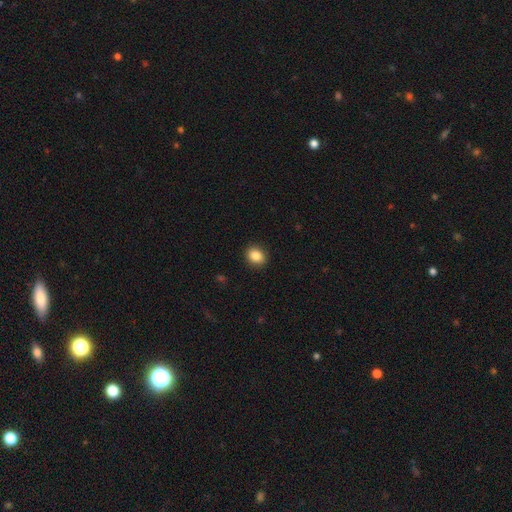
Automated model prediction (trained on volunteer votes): Overall: smooth (86%). How rounded: round (54%; in between 45%). Merging: none (91%).